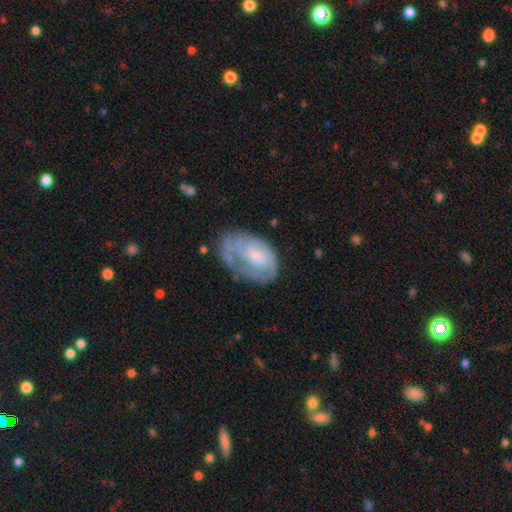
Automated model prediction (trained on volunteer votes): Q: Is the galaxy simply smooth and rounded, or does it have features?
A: featured or disk — 64%.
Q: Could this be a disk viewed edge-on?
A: no — 96%.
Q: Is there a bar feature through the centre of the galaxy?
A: no — 73%.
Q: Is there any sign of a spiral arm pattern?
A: yes — 69%.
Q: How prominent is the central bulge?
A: small — 58%.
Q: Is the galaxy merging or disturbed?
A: none — 46%.